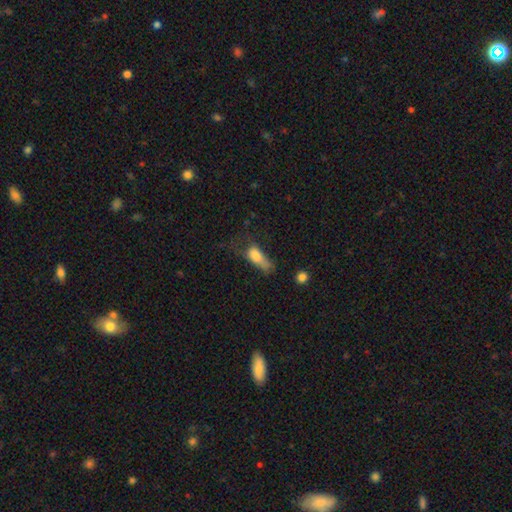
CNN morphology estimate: This appears to be a smooth galaxy with no disk features (71%) that is in between round and cigar-shaped (72%). Merging: major disturbance (46%).